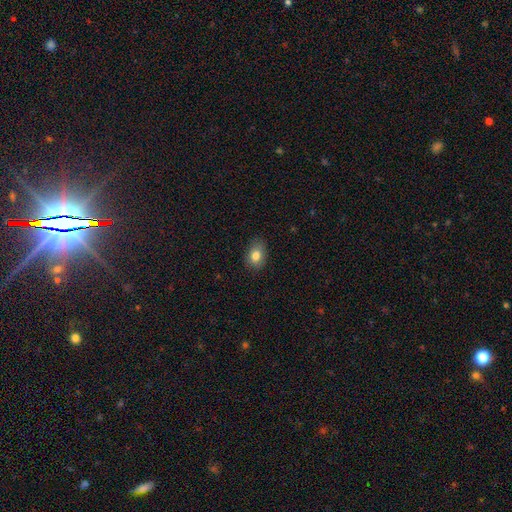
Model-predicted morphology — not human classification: Smooth or featured: smooth — 82% (featured or disk — 9%)
How rounded: in between — 77% (round — 22%)
Merging: none — 80% (minor disturbance — 16%)